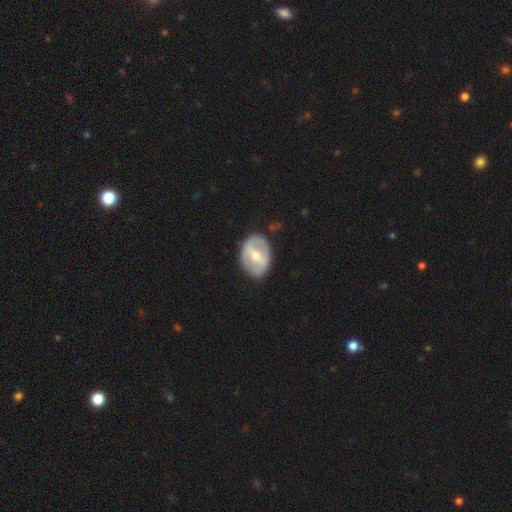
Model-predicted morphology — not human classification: The model was most divided on "bulge size": moderate: 51%, small: 42%, large: 4%, none: 2%, dominant: 1%. Remaining: edge-on disk — no (93%); merging — none (80%); spiral arms — no (70%); smooth or featured — featured or disk (58%); bar — strong (49%).